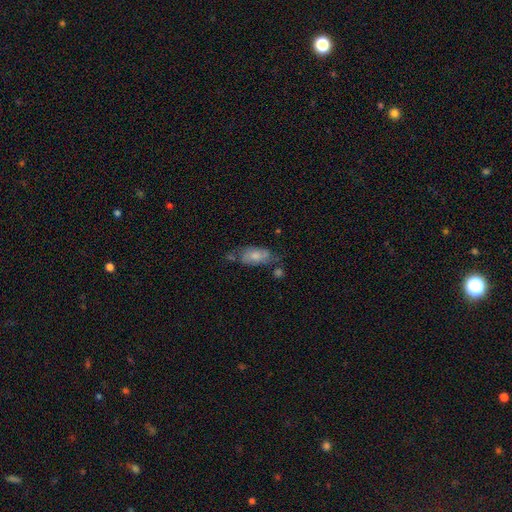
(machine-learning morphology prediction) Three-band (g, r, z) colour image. It shows a smooth galaxy with no disk features (59%) that is in between round and cigar-shaped (86%). Merging: none (44%).